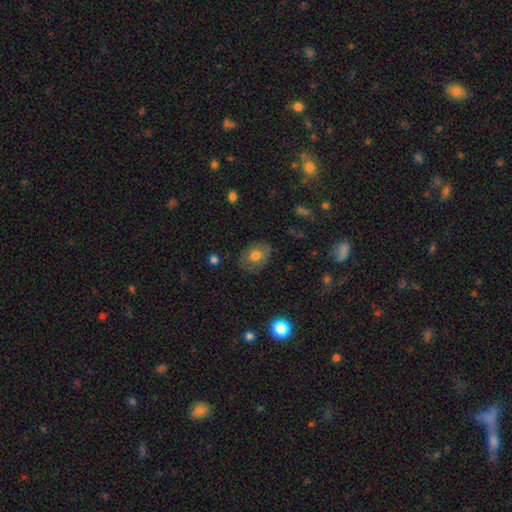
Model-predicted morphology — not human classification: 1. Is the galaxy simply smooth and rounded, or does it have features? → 67% smooth, 24% featured or disk, 9% star or artifact.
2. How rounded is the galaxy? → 65% in between, 34% round, 1% cigar-shaped.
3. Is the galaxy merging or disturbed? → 79% none, 15% minor disturbance, 5% major disturbance, 1% merger.